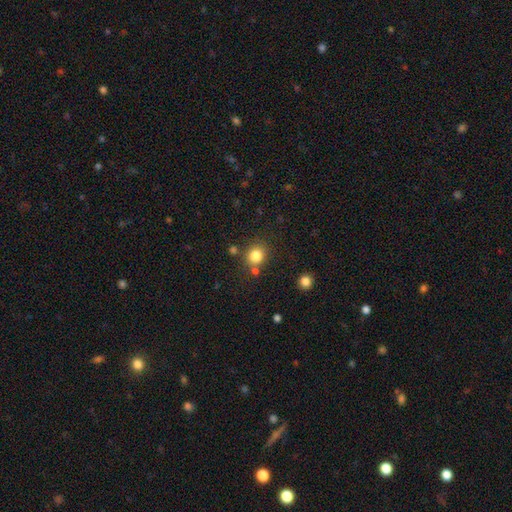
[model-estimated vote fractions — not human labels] Q: Smooth or featured?
A: smooth (83%); runner-up: star or artifact (12%)
Q: How rounded?
A: round (81%); runner-up: in between (19%)
Q: Merging?
A: none (76%); runner-up: minor disturbance (11%)